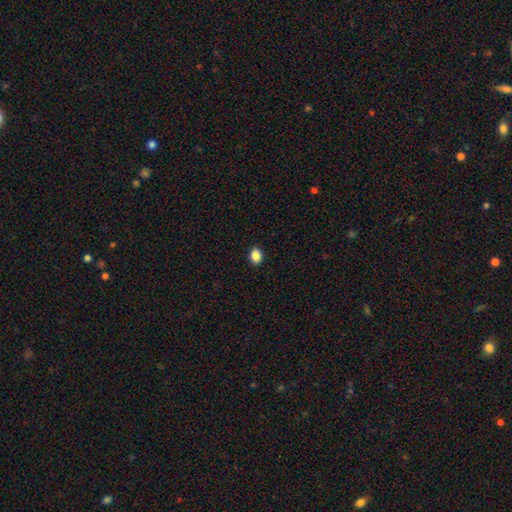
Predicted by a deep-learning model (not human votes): Smooth or featured: smooth — 87% (star or artifact — 9%)
How rounded: in between — 59% (round — 40%)
Merging: none — 91% (minor disturbance — 7%)